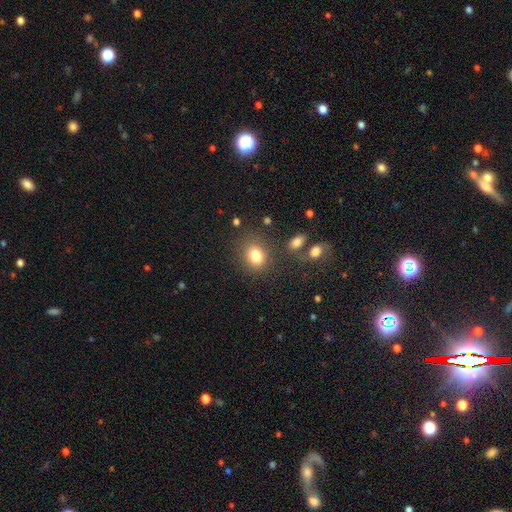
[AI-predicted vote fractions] The model was most divided on "how rounded": round: 55%, in between: 44%, cigar-shaped: 1%. More confident: smooth or featured — smooth (82%); merging — none (78%).